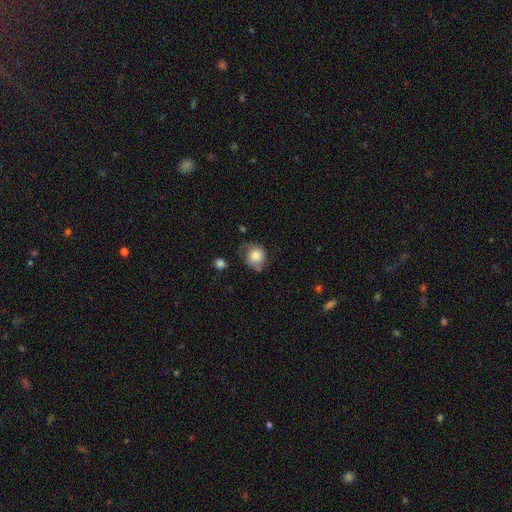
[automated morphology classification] Smooth or featured: smooth — 75% (featured or disk — 17%)
How rounded: round — 82% (in between — 17%)
Merging: none — 50% (minor disturbance — 29%)